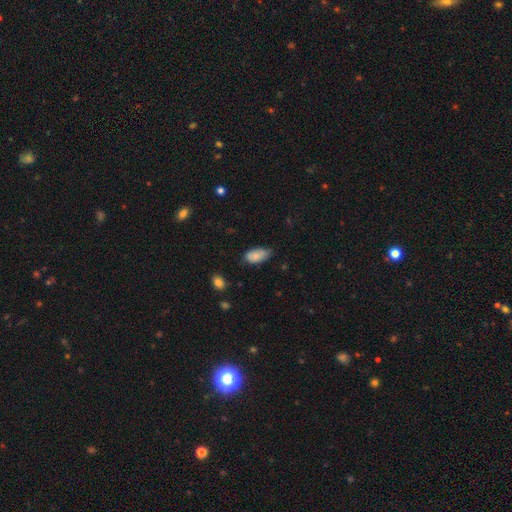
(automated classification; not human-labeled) Overall: smooth (79%). How rounded: in between (94%). Merging: none (57%; minor disturbance 35%).